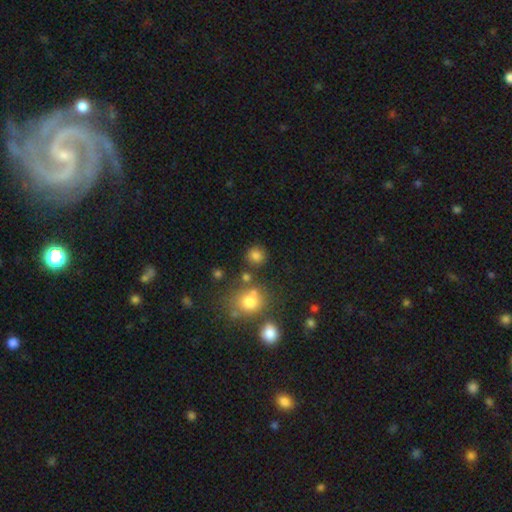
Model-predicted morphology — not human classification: The model was most divided on "smooth or featured": smooth: 78%, star or artifact: 16%, featured or disk: 6%. More confident: how rounded — round (88%); merging — none (80%).